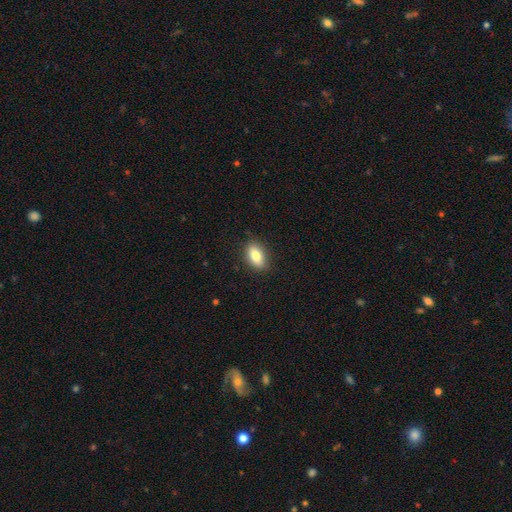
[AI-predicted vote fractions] Smooth or featured? Predicted: smooth (p=0.78). How rounded? Predicted: in between (p=0.86). Merging? Predicted: none (p=0.87).